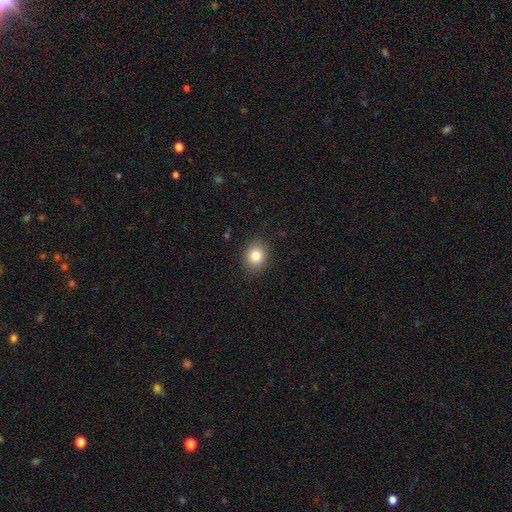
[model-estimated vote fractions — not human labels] The model was most divided on "how rounded": round: 58%, in between: 41%, cigar-shaped: 1%. More confident: merging — none (88%); smooth or featured — smooth (84%).